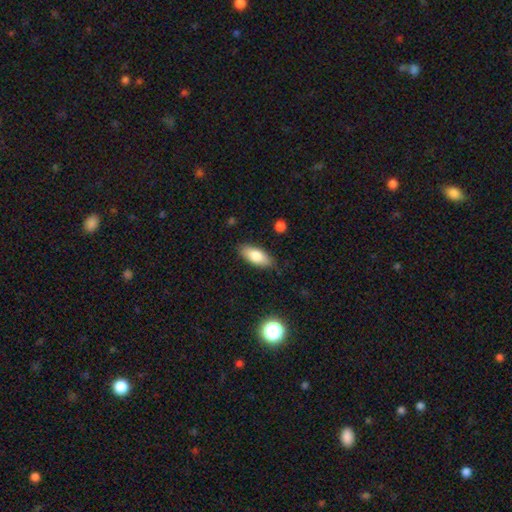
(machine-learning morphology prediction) This appears to be a smooth galaxy with no disk features (79%) that is in between round and cigar-shaped (81%). Merging: none (85%).